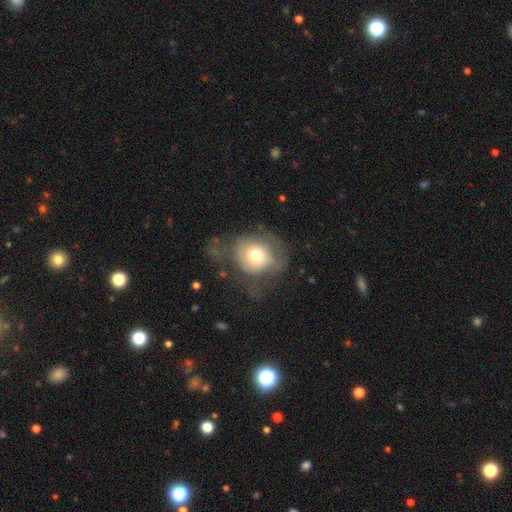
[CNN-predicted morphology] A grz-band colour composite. It shows a smooth galaxy with no disk features (66%) that is round (69%). Merging: major disturbance (37%).